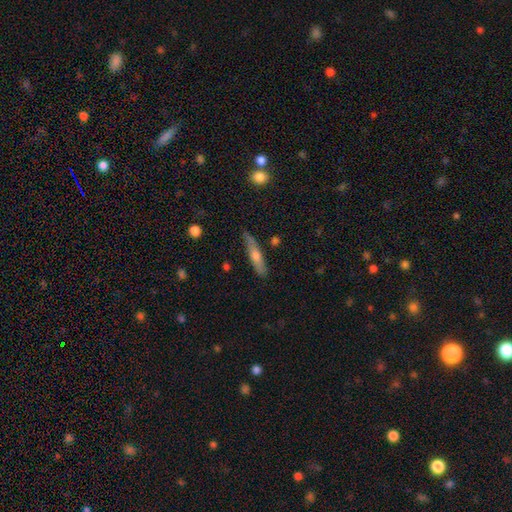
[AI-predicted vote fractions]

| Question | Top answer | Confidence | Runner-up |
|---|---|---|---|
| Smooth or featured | smooth | 51% | featured or disk (43%) |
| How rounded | cigar-shaped | 85% | in between (13%) |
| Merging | none | 79% | minor disturbance (16%) |